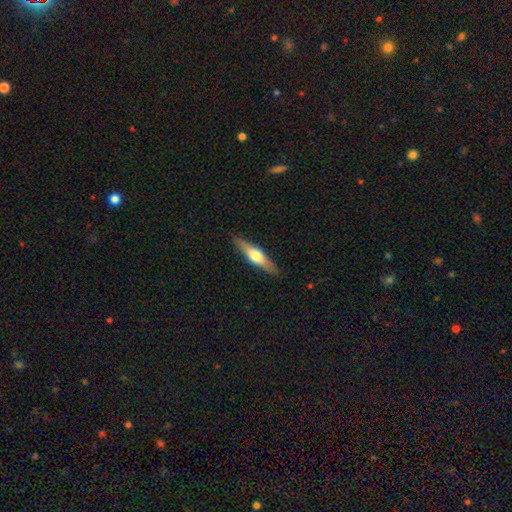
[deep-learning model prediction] This is possibly a featured or disk galaxy (53%). It is clearly viewed edge-on (94%). Merging: clearly none (88%).